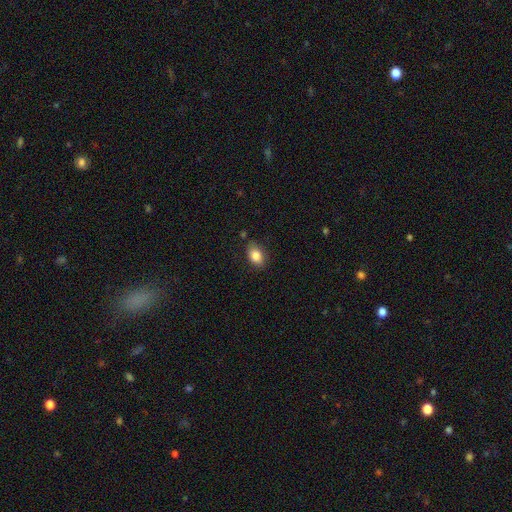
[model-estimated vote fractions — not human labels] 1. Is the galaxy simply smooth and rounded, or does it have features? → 85% smooth, 8% star or artifact, 7% featured or disk.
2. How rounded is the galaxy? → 82% in between, 16% round, 2% cigar-shaped.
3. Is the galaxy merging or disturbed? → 81% none, 14% minor disturbance, 3% major disturbance, 2% merger.